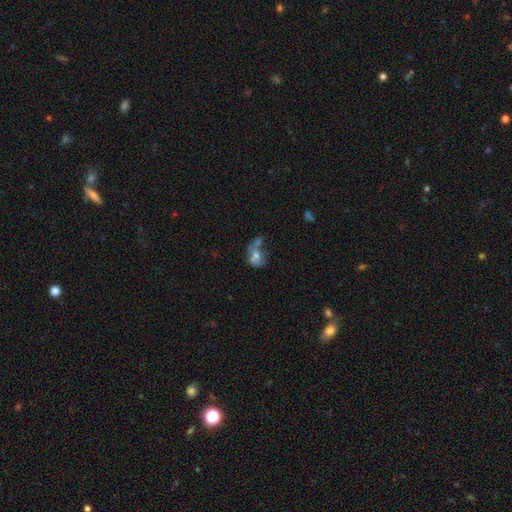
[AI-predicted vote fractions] smooth 53%, featured or disk 35%, star or artifact 12%. Down the decision tree: how rounded — in between (58%); merging — merger (44%).